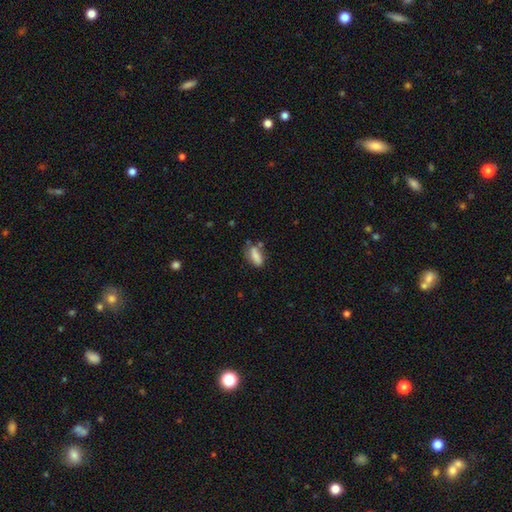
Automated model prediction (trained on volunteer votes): The model was most divided on "merging": none: 53%, minor disturbance: 26%, merger: 13%, major disturbance: 9%. More confident: smooth or featured — smooth (79%); how rounded — in between (78%).